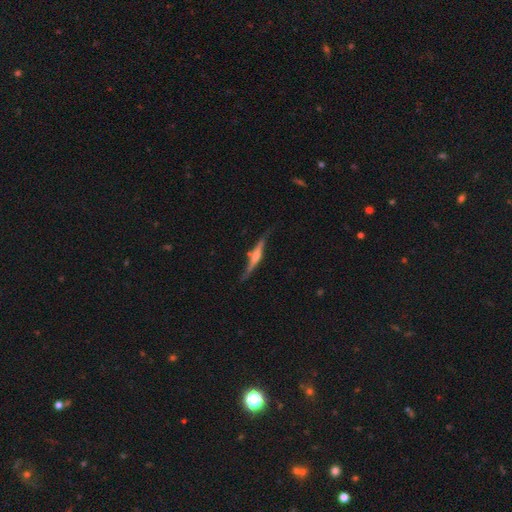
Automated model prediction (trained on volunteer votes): Smooth or featured: featured or disk — 69% (smooth — 25%)
Edge-on disk: yes — 93% (no — 7%)
Edge-on bulge: rounded — 64% (boxy — 19%)
Merging: none — 66% (minor disturbance — 22%)